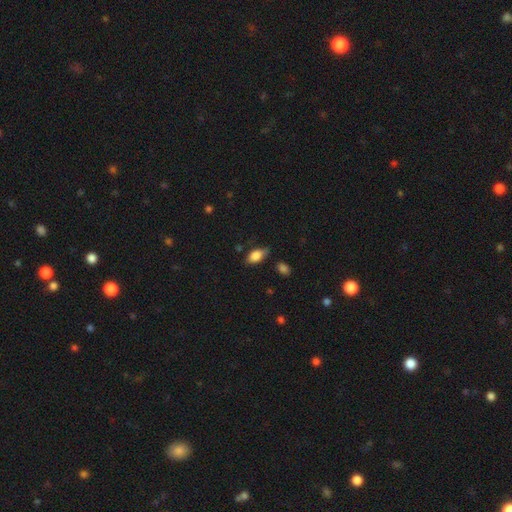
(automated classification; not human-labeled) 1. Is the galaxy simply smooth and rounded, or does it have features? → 81% smooth, 11% featured or disk, 8% star or artifact.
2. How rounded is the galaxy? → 89% in between, 6% cigar-shaped, 5% round.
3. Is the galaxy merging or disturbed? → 65% none, 27% minor disturbance, 6% major disturbance, 3% merger.